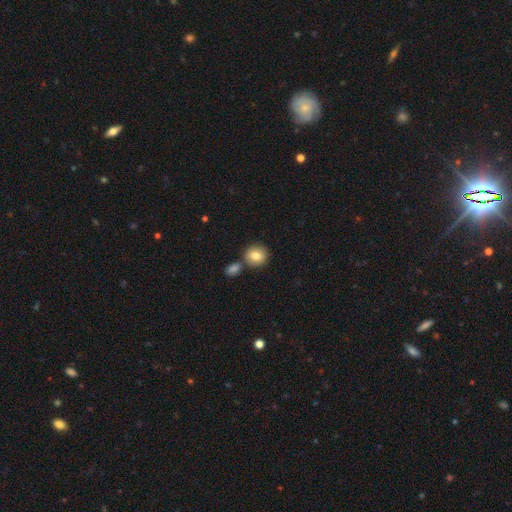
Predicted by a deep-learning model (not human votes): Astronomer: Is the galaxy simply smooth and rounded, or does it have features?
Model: smooth — 84%.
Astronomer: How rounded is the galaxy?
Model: round — 84%.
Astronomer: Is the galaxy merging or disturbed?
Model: none — 66%.